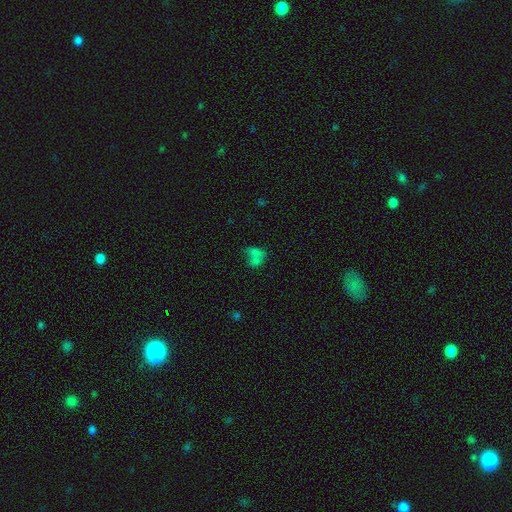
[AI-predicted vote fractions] A smooth galaxy with no disk features (65%) that is in between round and cigar-shaped (60%). Merging: merger (52%).